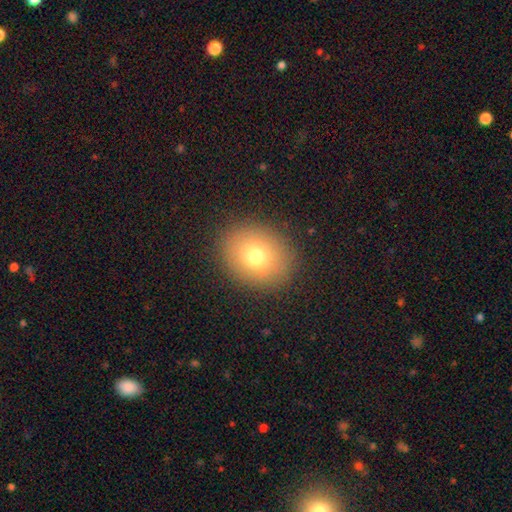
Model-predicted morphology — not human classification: smooth-or-featured: smooth: 75% | featured or disk: 13% | star or artifact: 12%
  how-rounded: round: 59% | in between: 40% | cigar-shaped: 1%
  merging: none: 89% | minor disturbance: 7% | major disturbance: 3% | merger: 1%